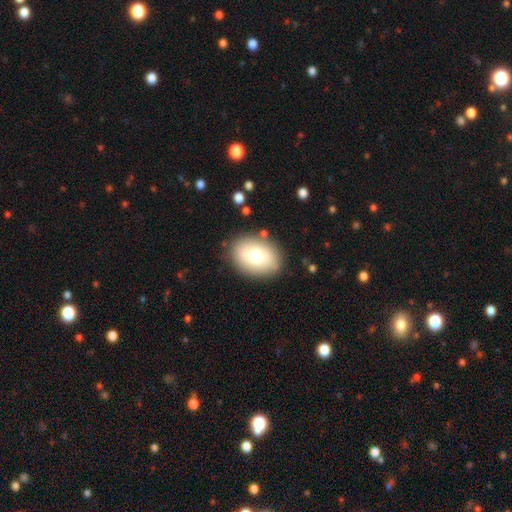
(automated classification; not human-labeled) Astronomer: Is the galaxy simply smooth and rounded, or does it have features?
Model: smooth — 71%.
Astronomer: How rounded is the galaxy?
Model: in between — 76%.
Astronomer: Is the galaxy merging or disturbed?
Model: none — 85%.